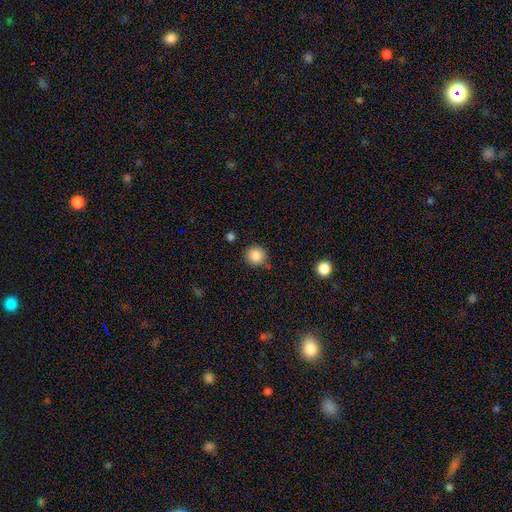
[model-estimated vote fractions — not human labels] This appears to be a smooth galaxy with no disk features (87%) that is round (93%). Merging: none (85%).